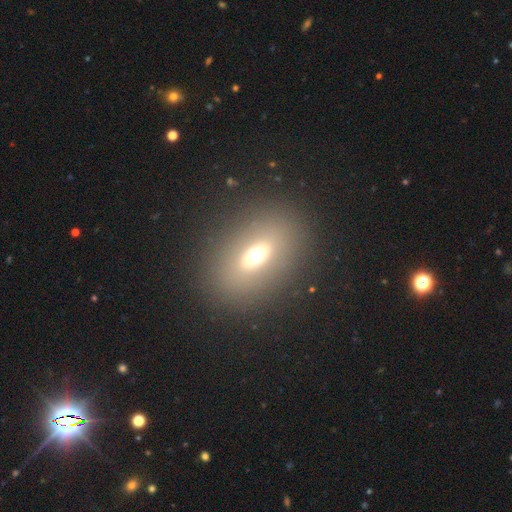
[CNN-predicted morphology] A smooth galaxy with no disk features (57%) that is in between round and cigar-shaped (74%). Merging: none (86%).